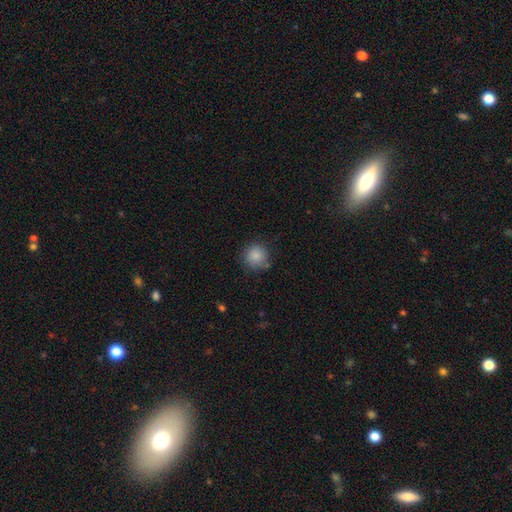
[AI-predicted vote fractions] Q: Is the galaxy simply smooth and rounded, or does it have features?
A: smooth — 87%.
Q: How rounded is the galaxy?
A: round — 92%.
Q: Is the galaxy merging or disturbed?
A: none — 78%.